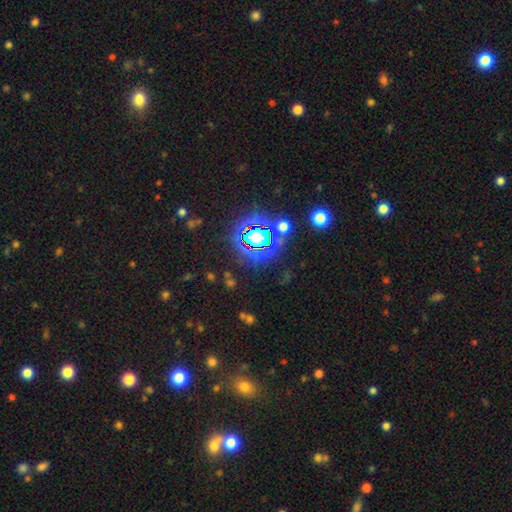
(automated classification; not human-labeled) smooth-or-featured: star or artifact: 78% | smooth: 15% | featured or disk: 7%